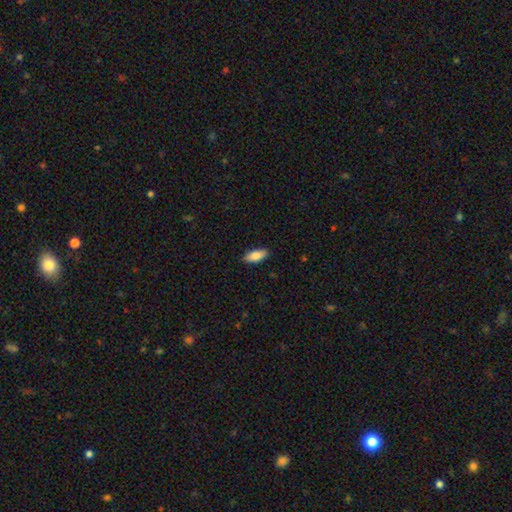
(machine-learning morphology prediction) Q: Smooth or featured?
A: smooth (85%); runner-up: featured or disk (9%)
Q: How rounded?
A: in between (84%); runner-up: cigar-shaped (14%)
Q: Merging?
A: none (88%); runner-up: minor disturbance (9%)